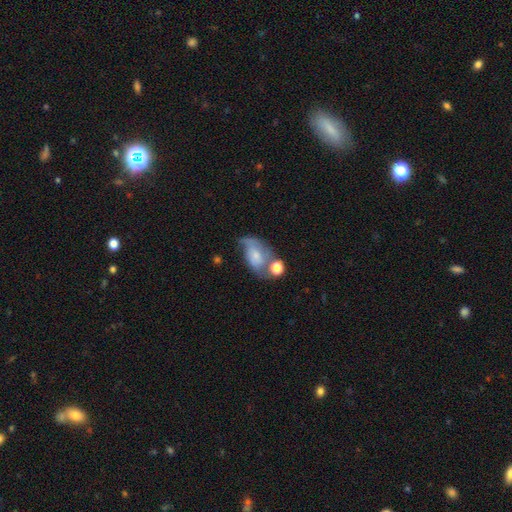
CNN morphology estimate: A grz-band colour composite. It shows a smooth galaxy with no disk features (47%). Merging: none (27%).